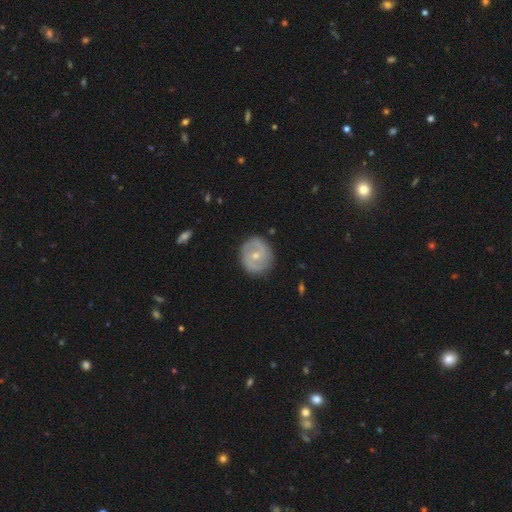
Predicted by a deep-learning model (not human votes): A featured or disk galaxy (69%) with a weak bar (44%), 2 (83%) medium (43%) spiral arms (78%) and a small central bulge (49%). Merging: none (86%).